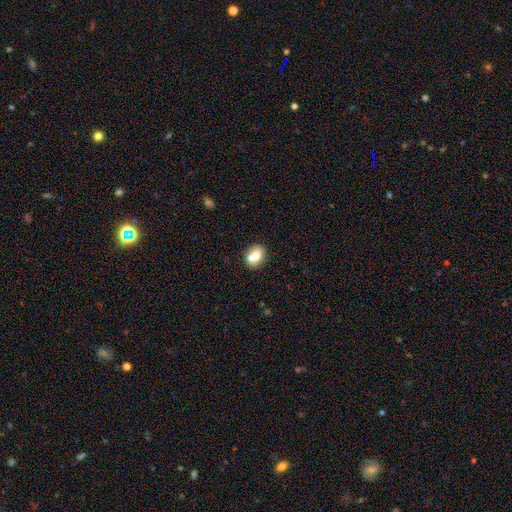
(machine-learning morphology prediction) smooth 71%, featured or disk 20%, star or artifact 9%. Down the decision tree: how rounded — in between (55%); merging — none (52%).